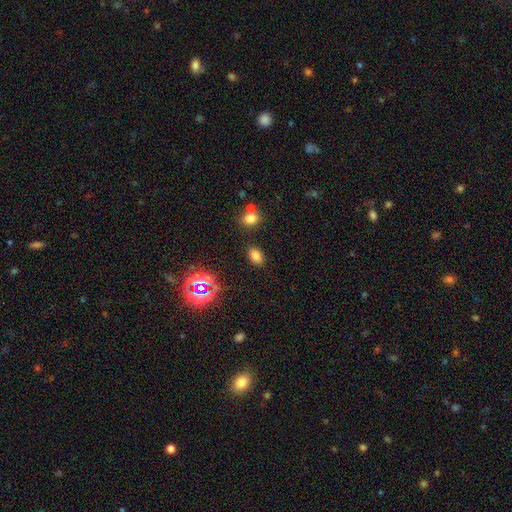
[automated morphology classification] This is likely a smooth galaxy (73%). How rounded: clearly in between (85%). Merging: clearly none (82%).